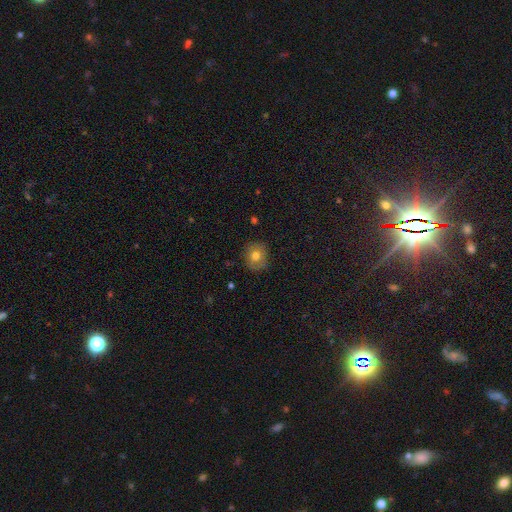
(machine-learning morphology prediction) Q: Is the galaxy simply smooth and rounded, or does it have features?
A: smooth — 72%.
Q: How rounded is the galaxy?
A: round — 78%.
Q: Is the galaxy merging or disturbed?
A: none — 83%.